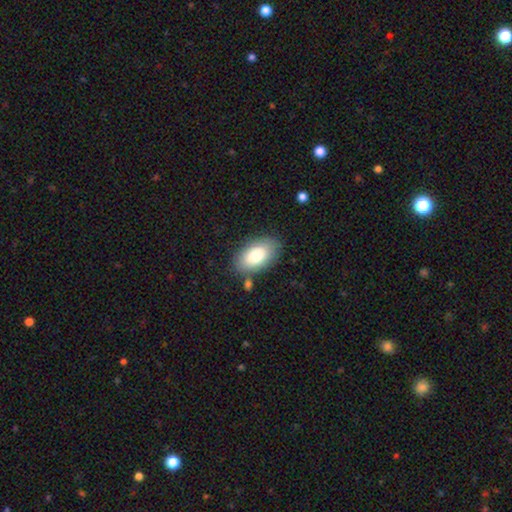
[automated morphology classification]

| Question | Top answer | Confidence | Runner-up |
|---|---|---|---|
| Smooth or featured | smooth | 80% | featured or disk (13%) |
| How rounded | in between | 94% | round (4%) |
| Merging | none | 80% | minor disturbance (12%) |